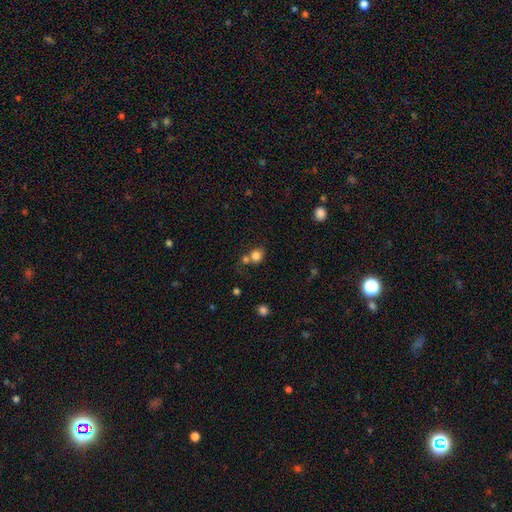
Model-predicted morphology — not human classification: This appears to be a smooth galaxy with no disk features (80%) that is round (73%). Merging: none (49%).